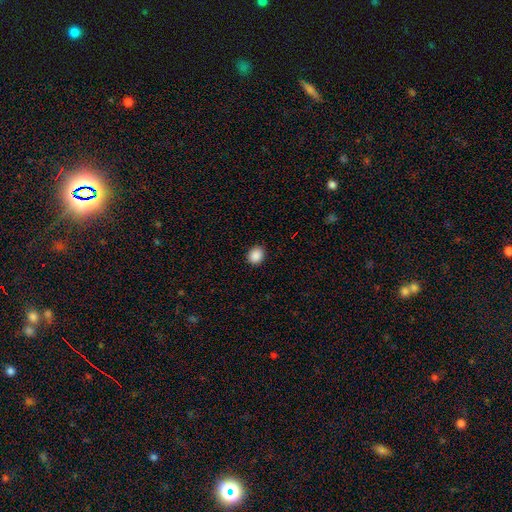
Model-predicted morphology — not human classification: Smooth or featured: smooth — 89% (star or artifact — 9%)
How rounded: round — 64% (in between — 35%)
Merging: none — 90% (minor disturbance — 7%)